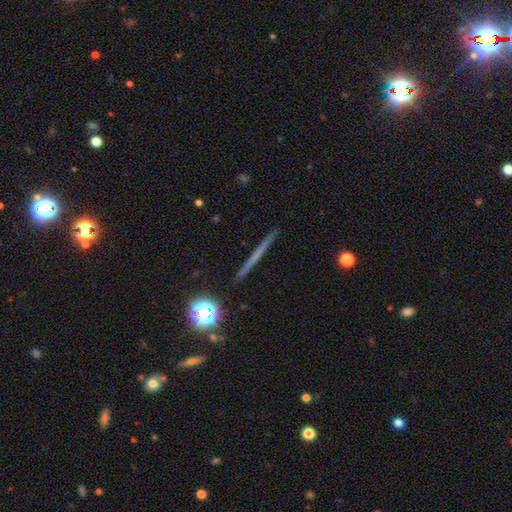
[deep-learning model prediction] A featured or disk galaxy (53%) viewed edge-on (97%) with no central bulge (89%). Merging: none (92%).